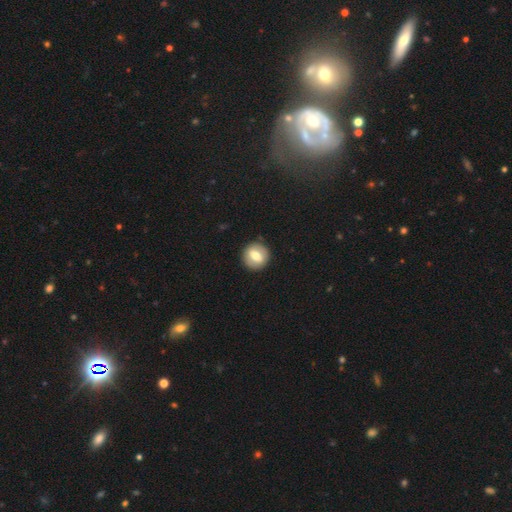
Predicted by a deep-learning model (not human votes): smooth-or-featured: smooth: 60% | featured or disk: 32% | star or artifact: 8%
  how-rounded: round: 84% | in between: 15% | cigar-shaped: 1%
  merging: none: 88% | minor disturbance: 8% | major disturbance: 2% | merger: 1%